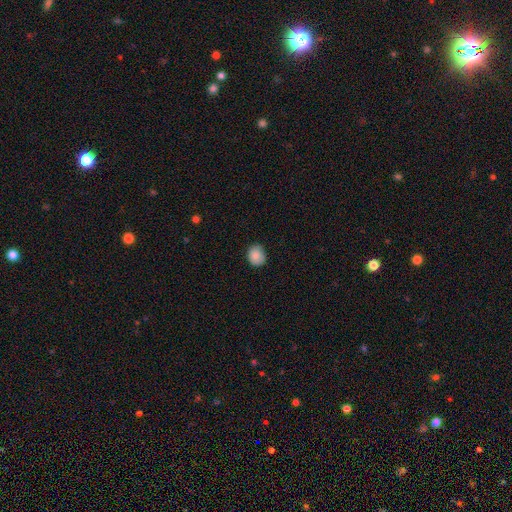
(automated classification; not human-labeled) The model was most divided on "how rounded": round: 66%, in between: 33%, cigar-shaped: 1%. More confident: smooth or featured — smooth (86%); merging — none (82%).